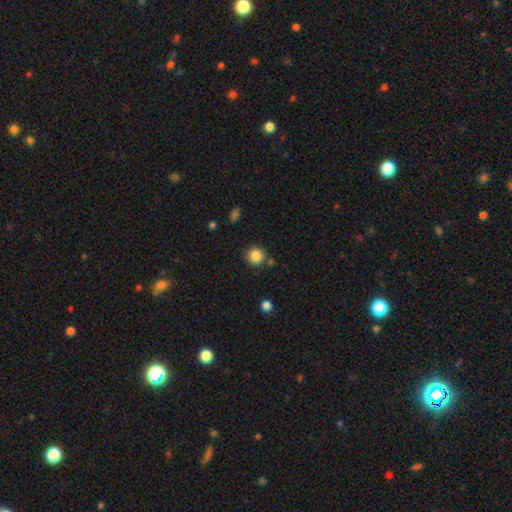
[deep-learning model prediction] Morphology: type=smooth (85%); roundness=round (92%); merging=none (82%).